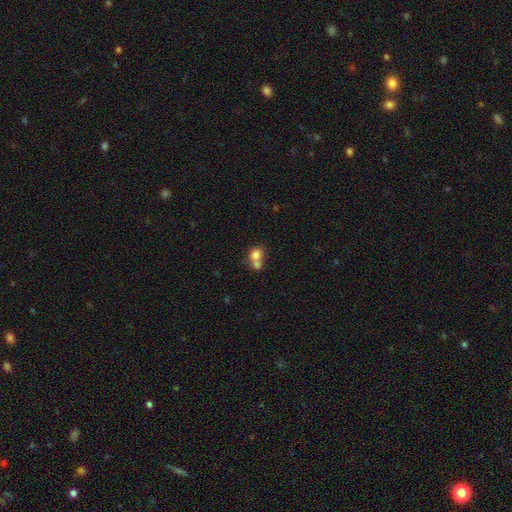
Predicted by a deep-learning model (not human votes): Smooth or featured? Predicted: smooth (p=0.76). How rounded? Predicted: round (p=0.72). Merging? Predicted: merger (p=0.61).